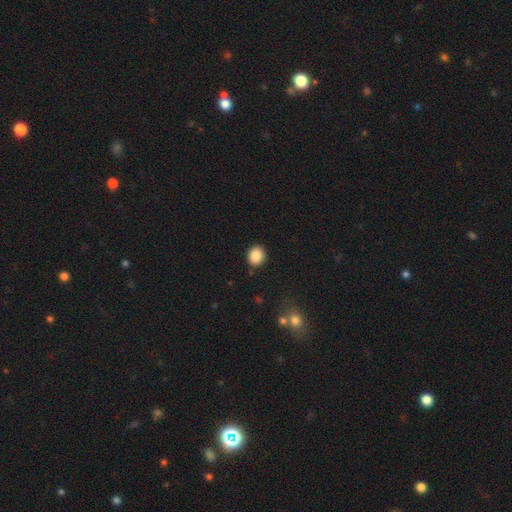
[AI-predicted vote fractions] Morphology: type=smooth (87%); roundness=round (71%); merging=none (89%).